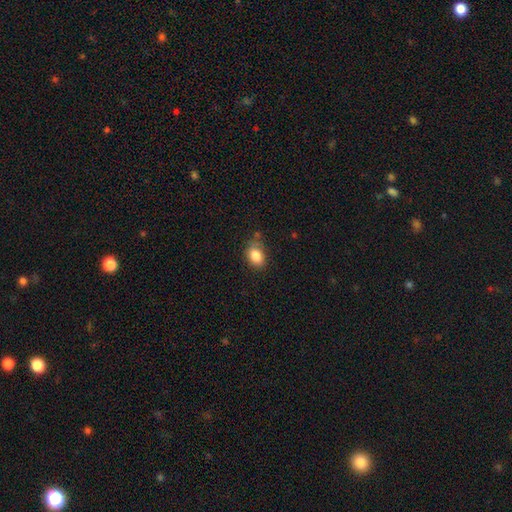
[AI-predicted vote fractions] Q: Smooth or featured?
A: smooth (84%); runner-up: star or artifact (9%)
Q: How rounded?
A: in between (79%); runner-up: round (20%)
Q: Merging?
A: none (67%); runner-up: minor disturbance (24%)